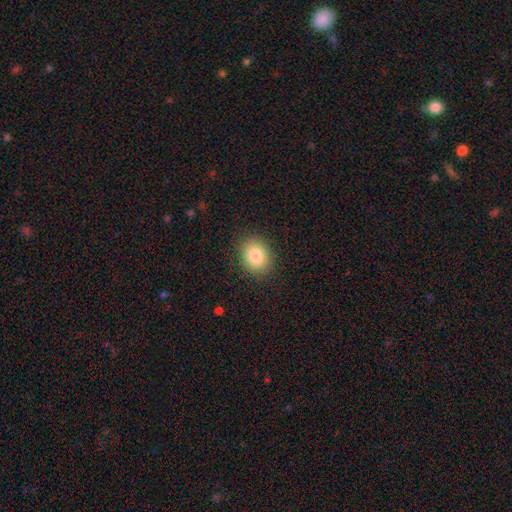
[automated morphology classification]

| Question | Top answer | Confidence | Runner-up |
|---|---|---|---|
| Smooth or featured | smooth | 83% | star or artifact (9%) |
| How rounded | round | 52% | in between (47%) |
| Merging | none | 88% | minor disturbance (9%) |